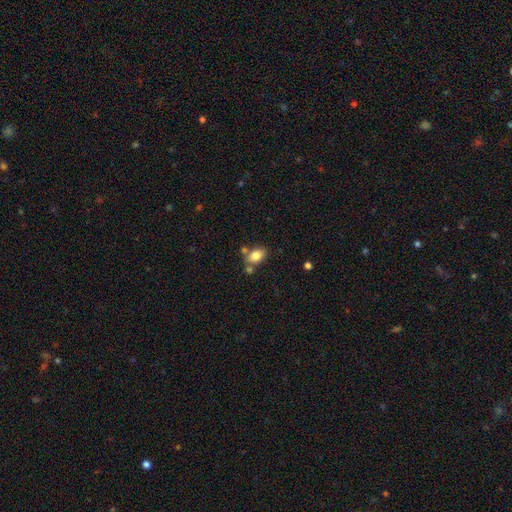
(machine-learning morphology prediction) A smooth galaxy with no disk features (82%) that is in between round and cigar-shaped (82%). Merging: none (62%).